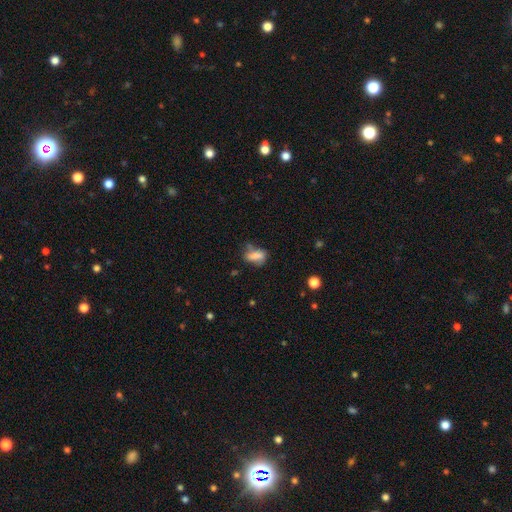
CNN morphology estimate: Q: Smooth or featured?
A: smooth (73%); runner-up: featured or disk (17%)
Q: How rounded?
A: in between (76%); runner-up: cigar-shaped (14%)
Q: Merging?
A: none (48%); runner-up: minor disturbance (31%)